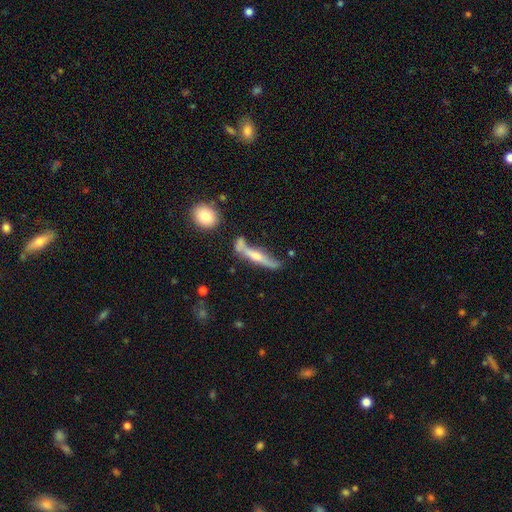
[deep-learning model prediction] Smooth or featured: featured or disk — 68% (smooth — 24%)
Edge-on disk: yes — 90% (no — 10%)
Edge-on bulge: rounded — 87% (none — 8%)
Merging: none — 62% (minor disturbance — 19%)